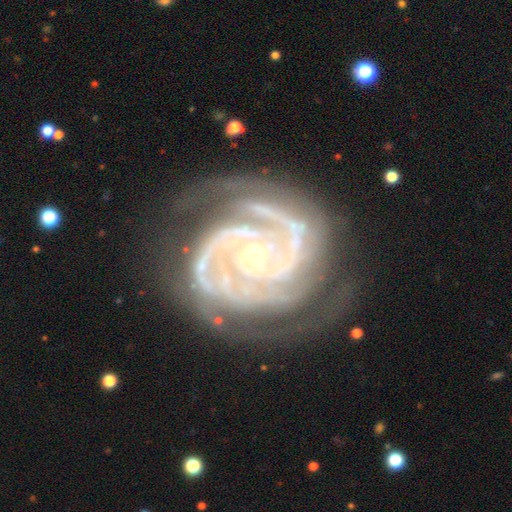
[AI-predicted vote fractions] Morphology: type=featured or disk (93%); edge-on=no (98%); bar=no (69%); spiral arms=yes (99%); winding=tight (75%); arm count=2 (35%, tied with 3); bulge=small (74%); merging=none (70%).